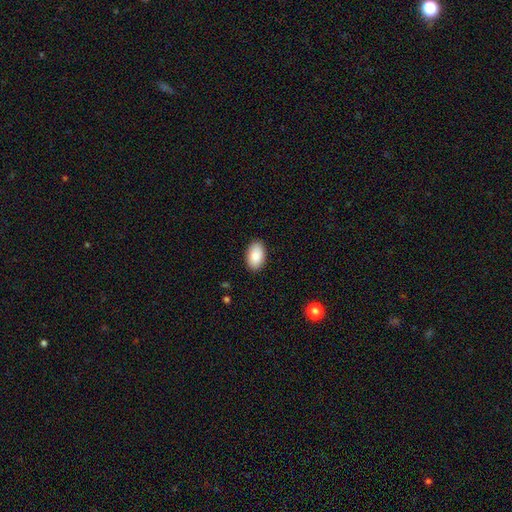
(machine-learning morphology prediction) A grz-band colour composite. It shows a smooth galaxy with no disk features (88%) that is in between round and cigar-shaped (94%). Merging: none (89%).